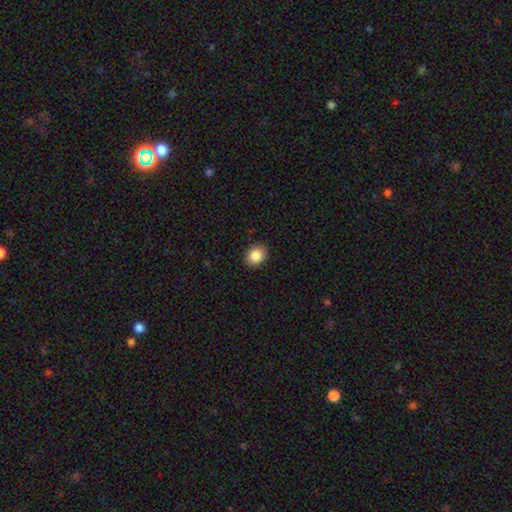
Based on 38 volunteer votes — This appears to be a smooth galaxy with no disk features (89%) that is in between round and cigar-shaped (53%). Merging: none (80%).